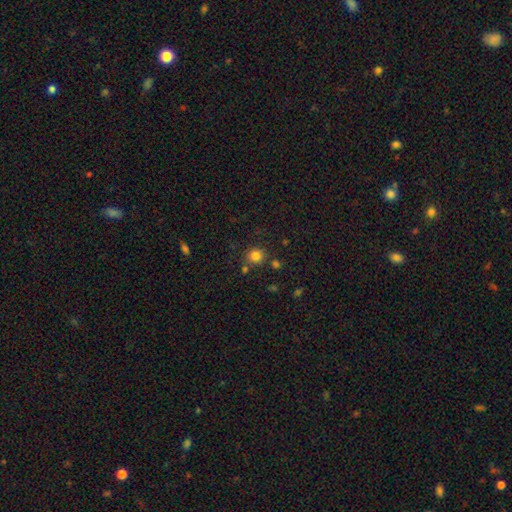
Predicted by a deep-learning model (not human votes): A smooth galaxy with no disk features (81%) that is round (86%).

Vote fractions:
- Smooth or featured? smooth: 81% / star or artifact: 13% / featured or disk: 6%
- How rounded? round: 86% / in between: 13% / cigar-shaped: 1%
- Merging? none: 78% / minor disturbance: 10% / merger: 9% / major disturbance: 3%